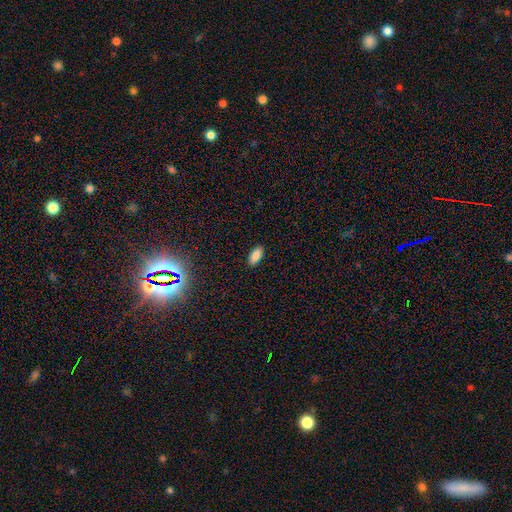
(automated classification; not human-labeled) This appears to be a smooth galaxy with no disk features (87%) that is in between round and cigar-shaped (90%). Merging: none (89%).